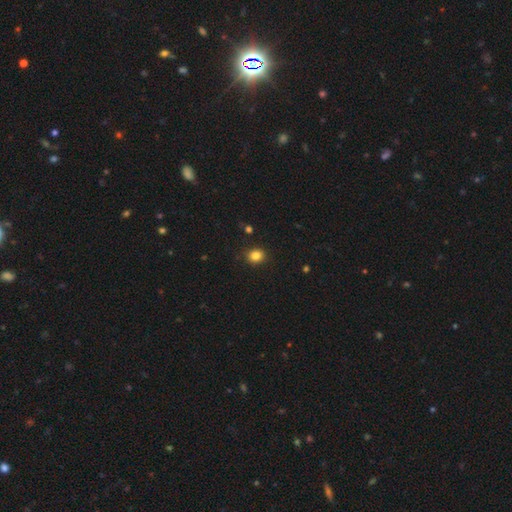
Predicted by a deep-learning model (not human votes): This appears to be a smooth galaxy with no disk features (83%) that is round (72%). Merging: none (89%).